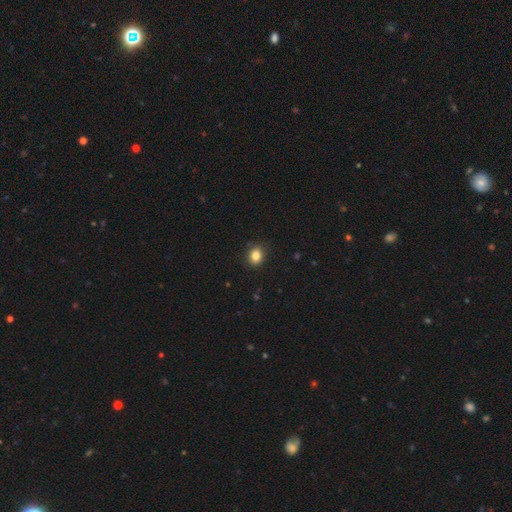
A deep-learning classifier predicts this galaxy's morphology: smooth_or_featured: smooth (p=0.84) [alt: star or artifact p=0.11]
how_rounded: round (p=0.68) [alt: in between p=0.32]
merging: none (p=0.89) [alt: minor disturbance p=0.08]